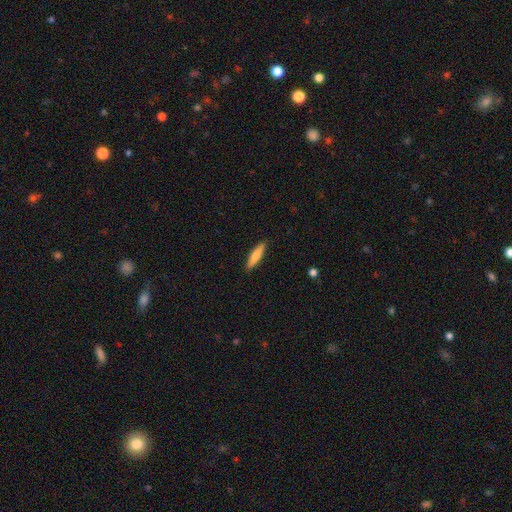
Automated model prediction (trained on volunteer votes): Smooth or featured? smooth (74%)
How rounded? cigar-shaped (81%)
Merging? none (90%)